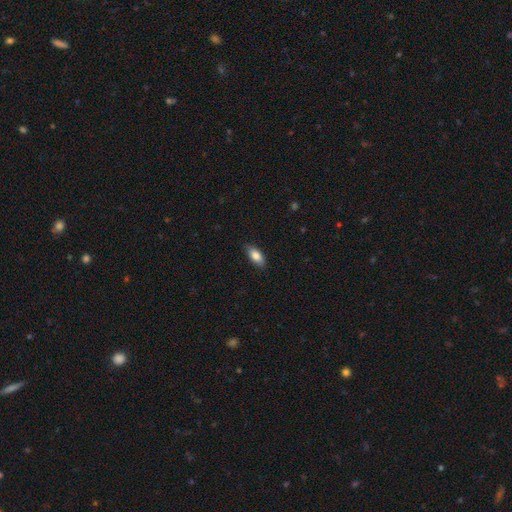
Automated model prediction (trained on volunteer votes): Smooth or featured? smooth (82%)
How rounded? in between (87%)
Merging? none (85%)